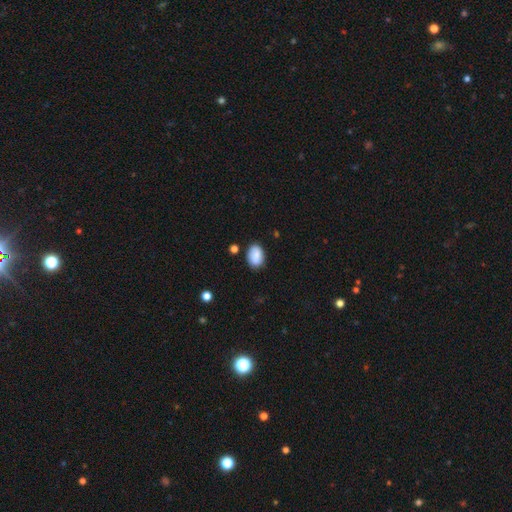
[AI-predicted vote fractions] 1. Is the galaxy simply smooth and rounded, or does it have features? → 84% smooth, 9% featured or disk, 8% star or artifact.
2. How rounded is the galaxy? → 79% in between, 19% round, 1% cigar-shaped.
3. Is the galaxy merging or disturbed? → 78% none, 15% minor disturbance, 3% merger, 3% major disturbance.